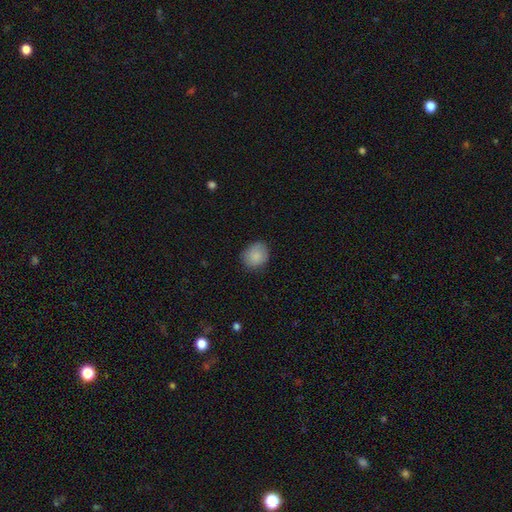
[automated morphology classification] smooth_or_featured: smooth (p=0.86) [alt: star or artifact p=0.08]
how_rounded: round (p=0.68) [alt: in between p=0.31]
merging: none (p=0.78) [alt: minor disturbance p=0.17]